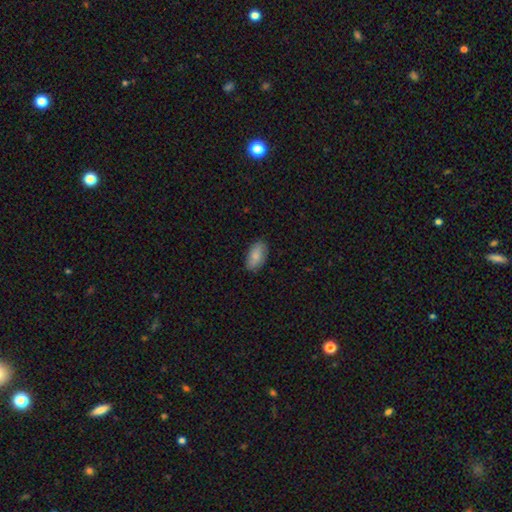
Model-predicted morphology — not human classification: smooth_or_featured: smooth (p=0.81) [alt: featured or disk p=0.13]
how_rounded: in between (p=0.93) [alt: round p=0.03]
merging: none (p=0.85) [alt: minor disturbance p=0.12]